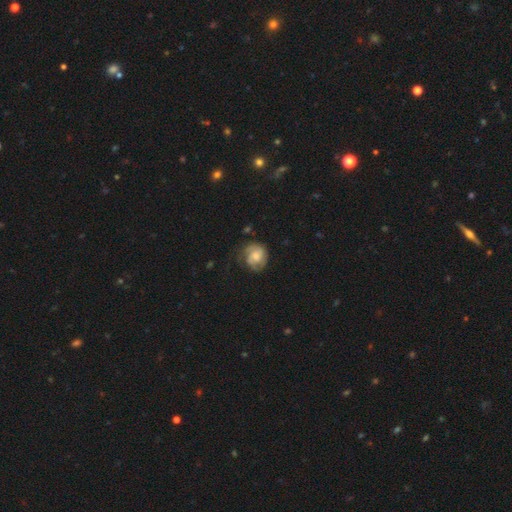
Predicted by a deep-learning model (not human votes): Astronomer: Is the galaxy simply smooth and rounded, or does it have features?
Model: smooth — 50% (runner-up: featured or disk, 42%).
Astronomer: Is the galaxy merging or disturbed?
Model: none — 54%.